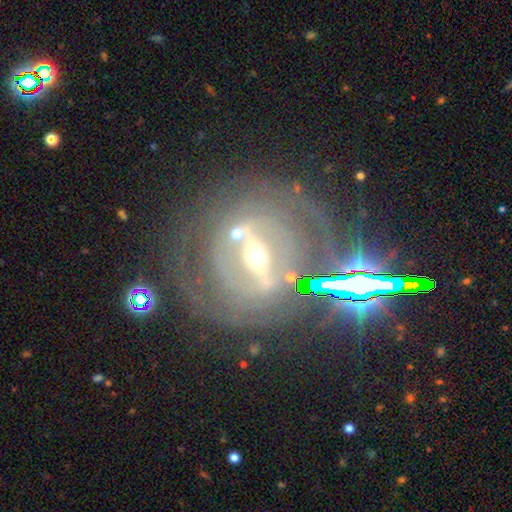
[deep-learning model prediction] smooth-or-featured: featured or disk: 83% | star or artifact: 9% | smooth: 8%
  disk-edge-on: no: 91% | yes: 9%
    bar: strong: 69% | weak: 21% | no: 9%
    has-spiral-arms: yes: 76% | no: 24%
      spiral-winding: tight: 59% | medium: 30% | loose: 12%
      spiral-arm-count: 2: 42% | can't tell: 34% | 3: 9% | 4: 6% | 1: 5% | more than 4: 5%
    bulge-size: small: 48% | moderate: 47% | large: 3% | dominant: 1% | none: 1%
  merging: none: 68% | minor disturbance: 15% | major disturbance: 12% | merger: 5%